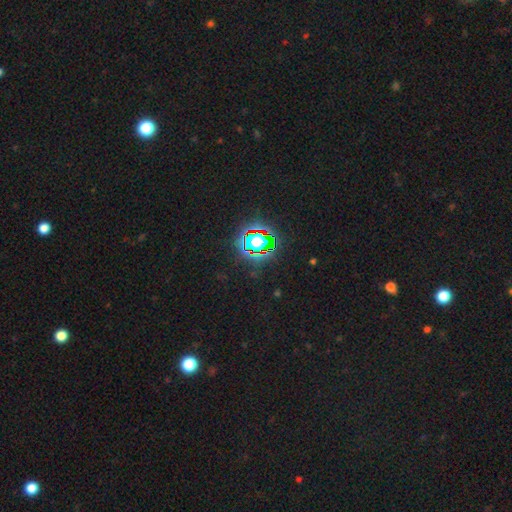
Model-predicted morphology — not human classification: Smooth or featured? star or artifact (79%)